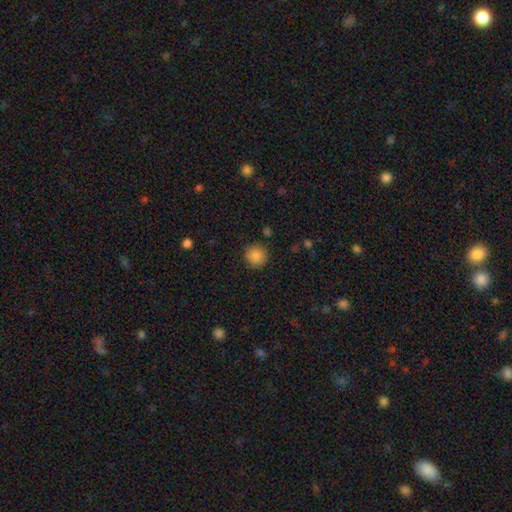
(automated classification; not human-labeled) This is clearly a smooth galaxy (86%). How rounded: clearly round (93%). Merging: clearly none (89%).